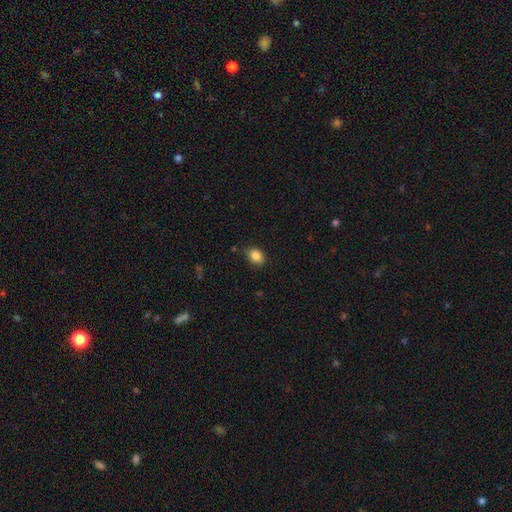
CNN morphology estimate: Smooth or featured? smooth (86%)
How rounded? in between (70%)
Merging? none (81%)